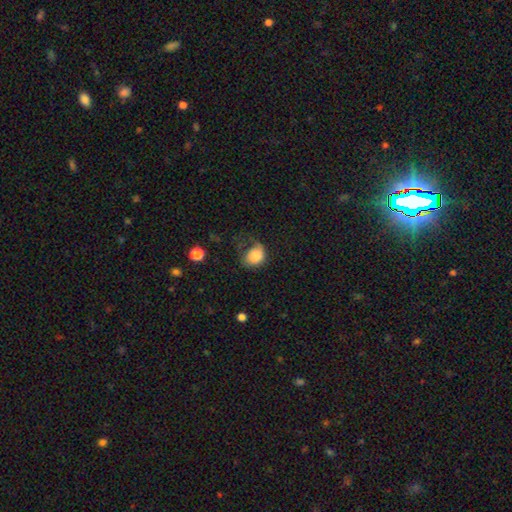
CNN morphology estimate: Overall: smooth (76%). How rounded: in between (59%; round 40%). Merging: major disturbance (34%; minor disturbance 32%).